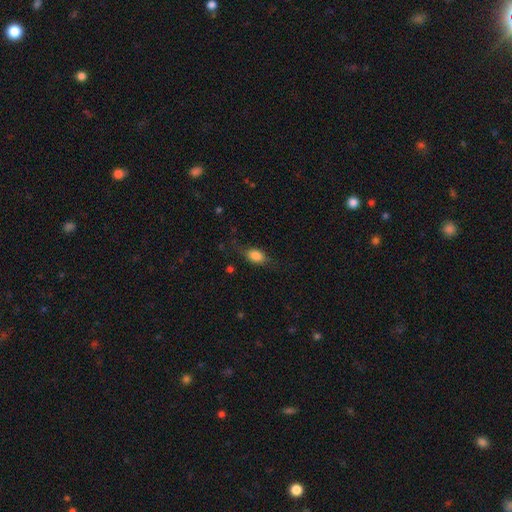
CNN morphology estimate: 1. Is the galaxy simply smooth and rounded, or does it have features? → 76% smooth, 15% featured or disk, 9% star or artifact.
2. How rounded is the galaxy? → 78% in between, 15% round, 7% cigar-shaped.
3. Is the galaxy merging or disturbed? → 66% none, 23% minor disturbance, 9% major disturbance, 1% merger.